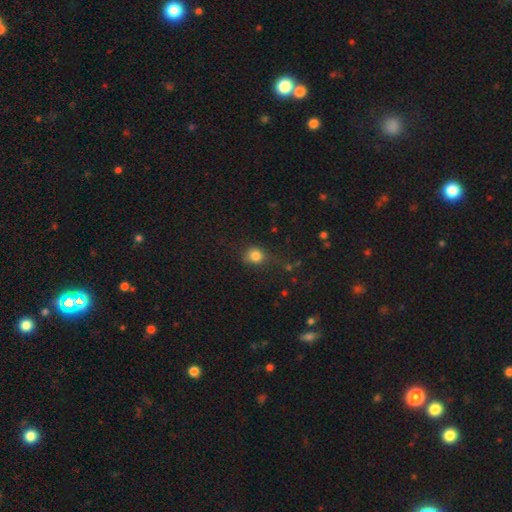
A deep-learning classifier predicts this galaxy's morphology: The model was most divided on "merging": none: 67%, minor disturbance: 22%, major disturbance: 9%, merger: 3%. More confident: smooth or featured — smooth (81%); how rounded — round (74%).